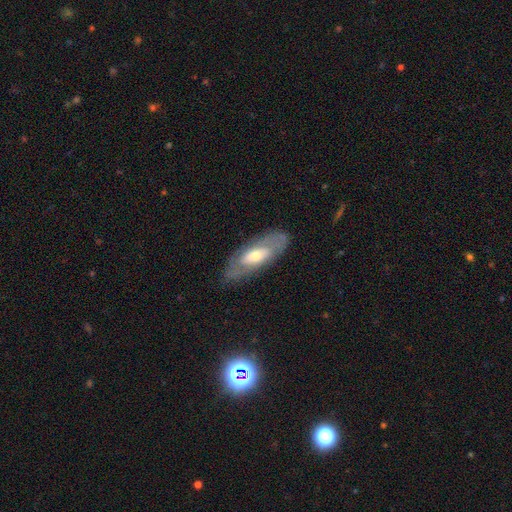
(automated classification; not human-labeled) This appears to be a featured or disk galaxy (59%). Merging: none (80%).